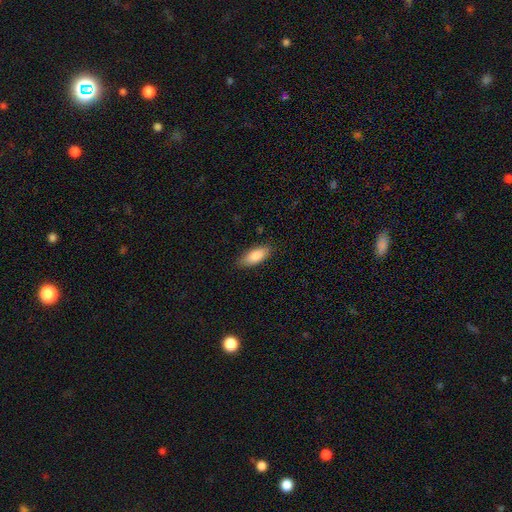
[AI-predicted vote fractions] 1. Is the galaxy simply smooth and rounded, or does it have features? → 86% smooth, 8% featured or disk, 6% star or artifact.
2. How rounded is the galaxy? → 82% in between, 16% cigar-shaped, 2% round.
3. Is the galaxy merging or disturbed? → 85% none, 11% minor disturbance, 2% major disturbance, 1% merger.